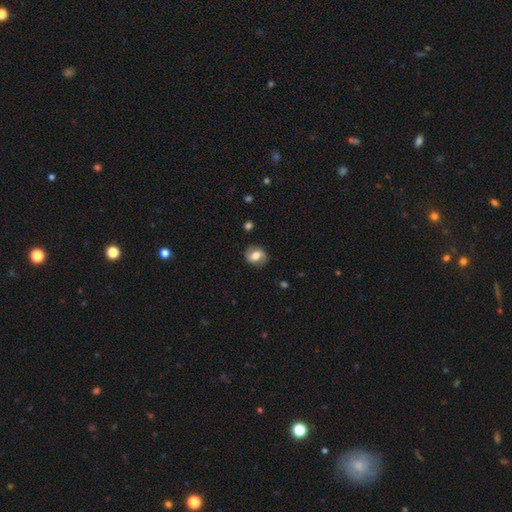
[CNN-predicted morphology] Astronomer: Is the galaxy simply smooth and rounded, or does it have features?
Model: smooth — 53% (runner-up: featured or disk, 39%).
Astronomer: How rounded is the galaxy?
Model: round — 54% (runner-up: in between, 45%).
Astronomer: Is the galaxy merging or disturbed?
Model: none — 81%.